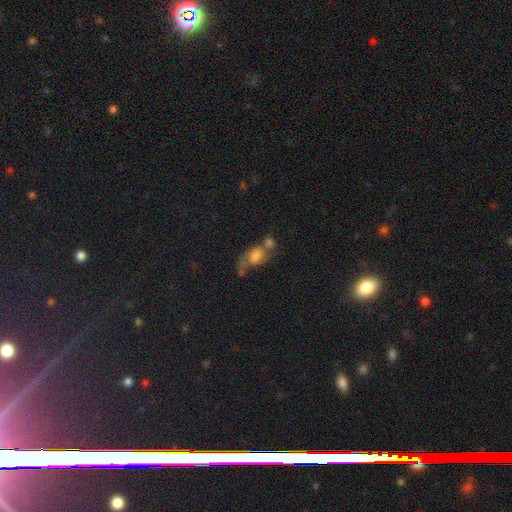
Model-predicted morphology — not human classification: The model was most divided on "merging": merger: 45%, none: 23%, major disturbance: 17%, minor disturbance: 15%. More confident: how rounded — in between (81%); smooth or featured — smooth (57%).